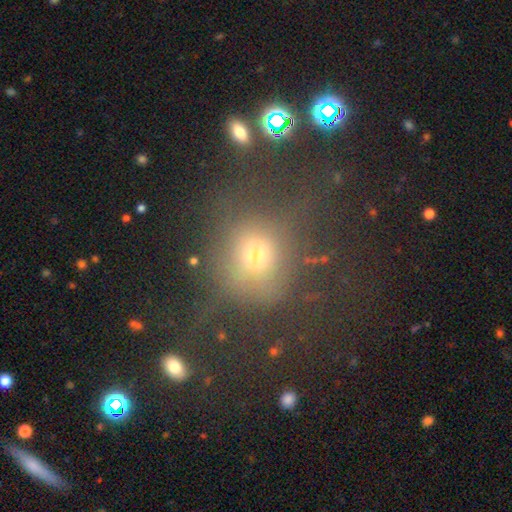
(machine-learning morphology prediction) This appears to be a smooth galaxy with no disk features (55%) that is round (75%). Merging: none (48%).